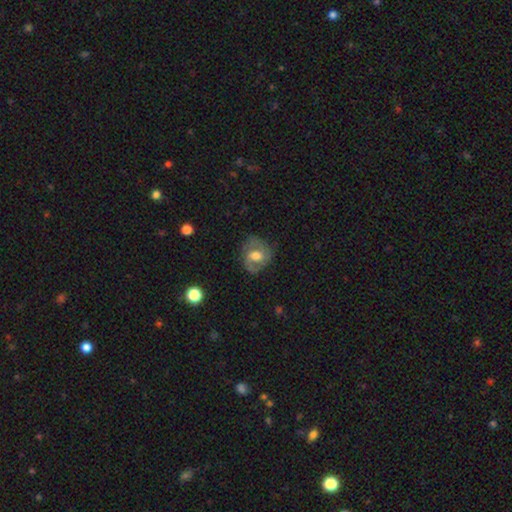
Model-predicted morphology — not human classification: The model was most divided on "bar": weak: 46%, no: 41%, strong: 13%. Remaining: edge-on disk — no (97%); spiral arms — yes (84%); spiral arm count — 2 (79%); merging — none (71%); smooth or featured — featured or disk (64%); bulge size — moderate (62%); spiral winding — medium (49%).